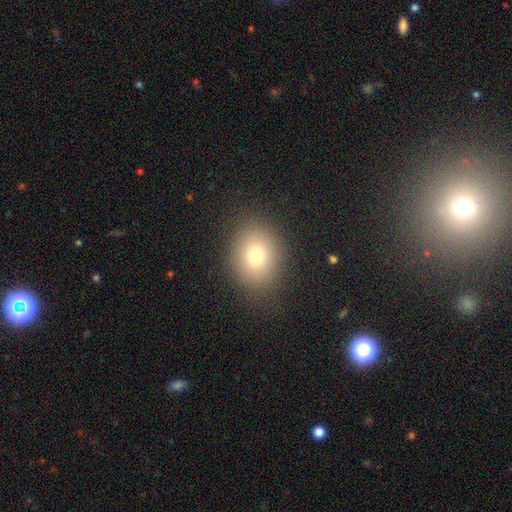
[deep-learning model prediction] Smooth or featured? Predicted: smooth (p=0.75). How rounded? Predicted: in between (p=0.50). Merging? Predicted: none (p=0.85).